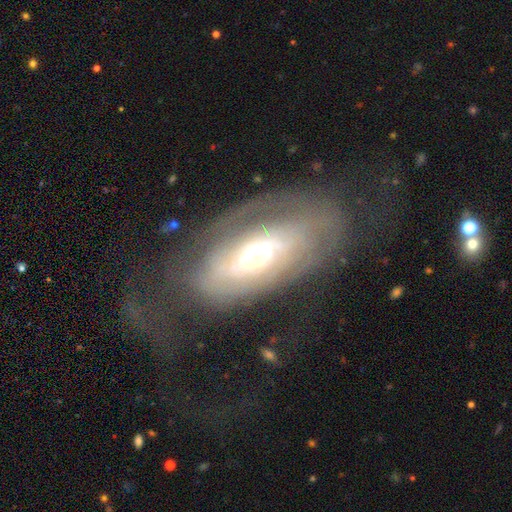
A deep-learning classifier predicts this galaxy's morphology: Q: Smooth or featured?
A: featured or disk (73%); runner-up: smooth (20%)
Q: Edge-on disk?
A: no (90%); runner-up: yes (10%)
Q: Bar?
A: no (59%); runner-up: weak (28%)
Q: Spiral arms?
A: yes (71%); runner-up: no (29%)
Q: Bulge size?
A: moderate (62%); runner-up: small (22%)
Q: Merging?
A: none (42%); runner-up: major disturbance (35%)